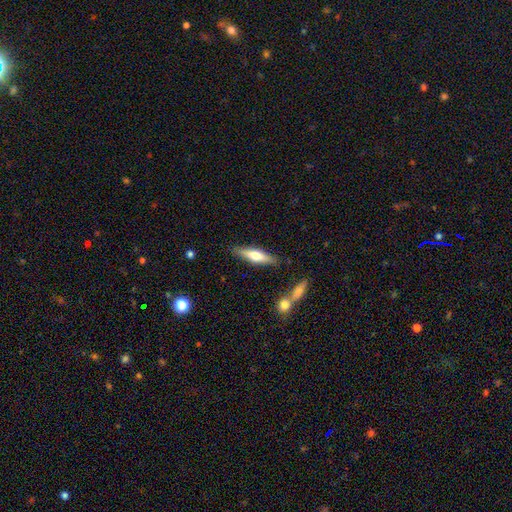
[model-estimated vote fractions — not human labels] smooth_or_featured: smooth (p=0.52) [alt: featured or disk p=0.42]
how_rounded: cigar-shaped (p=0.72) [alt: in between p=0.26]
merging: none (p=0.83) [alt: minor disturbance p=0.10]